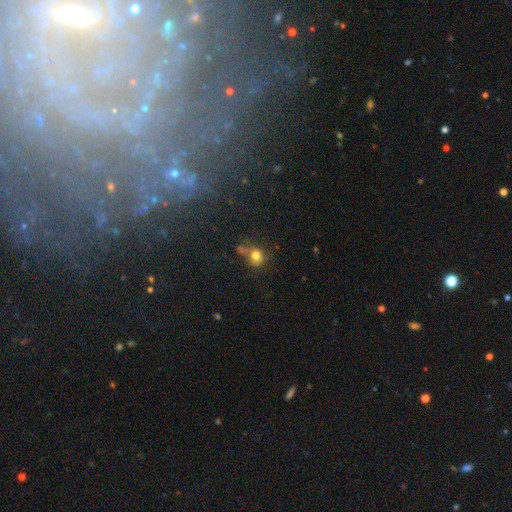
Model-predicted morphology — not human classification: Q: Smooth or featured?
A: smooth (77%); runner-up: star or artifact (13%)
Q: How rounded?
A: round (75%); runner-up: in between (24%)
Q: Merging?
A: none (47%); runner-up: minor disturbance (21%)